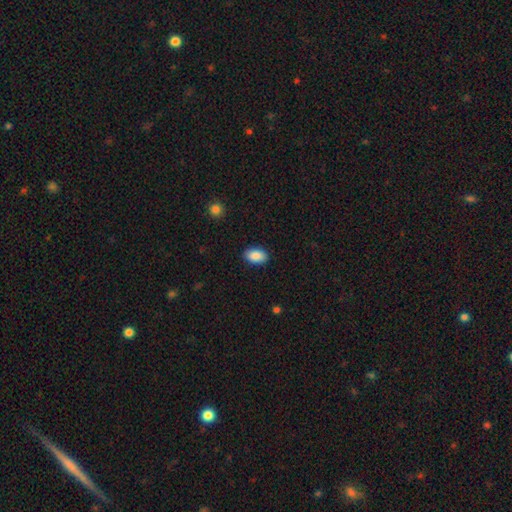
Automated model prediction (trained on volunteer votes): Smooth or featured? smooth (89%)
How rounded? in between (92%)
Merging? none (89%)